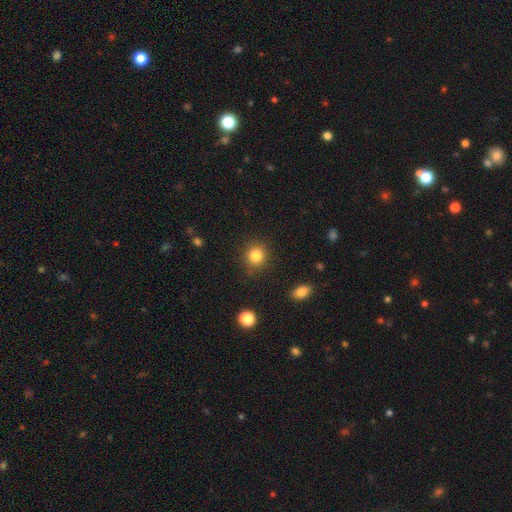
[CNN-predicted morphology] Smooth or featured? Predicted: smooth (p=0.84). How rounded? Predicted: round (p=0.87). Merging? Predicted: none (p=0.87).